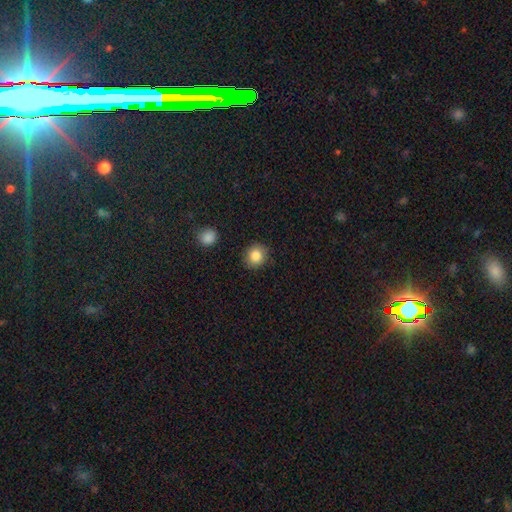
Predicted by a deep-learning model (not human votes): Overall: smooth (86%). How rounded: round (84%). Merging: none (88%).